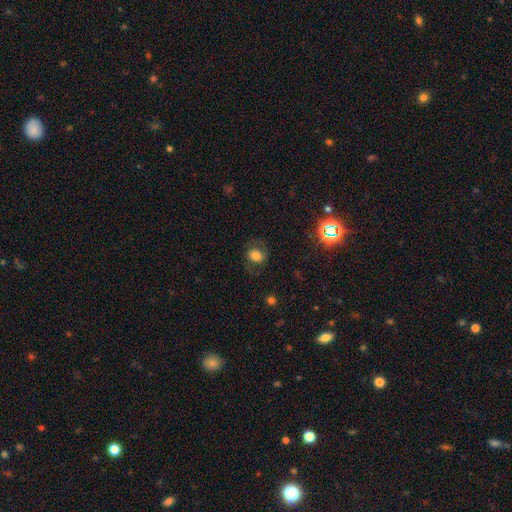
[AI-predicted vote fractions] A smooth galaxy with no disk features (66%) that is round (64%). Merging: none (71%).